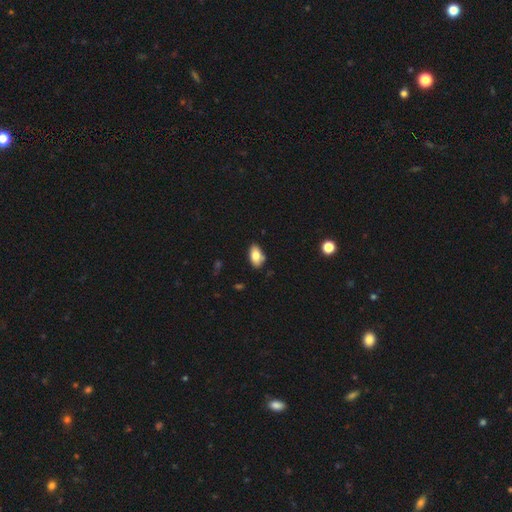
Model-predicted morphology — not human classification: Smooth or featured? smooth (79%)
How rounded? in between (93%)
Merging? none (77%)